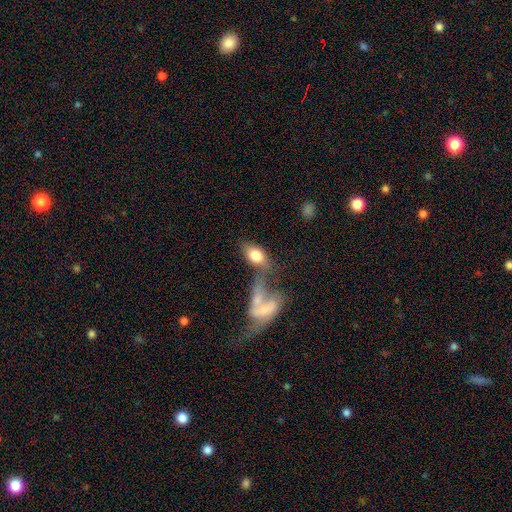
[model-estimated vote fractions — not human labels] smooth_or_featured: smooth (p=0.76) [alt: featured or disk p=0.17]
how_rounded: in between (p=0.89) [alt: round p=0.08]
merging: merger (p=0.44) [alt: none p=0.34]